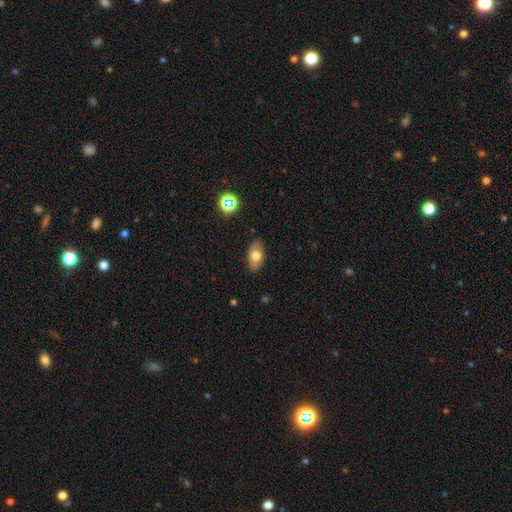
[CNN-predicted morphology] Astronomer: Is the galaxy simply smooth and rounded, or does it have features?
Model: smooth — 68%.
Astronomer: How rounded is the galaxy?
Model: in between — 91%.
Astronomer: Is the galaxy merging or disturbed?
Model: none — 84%.